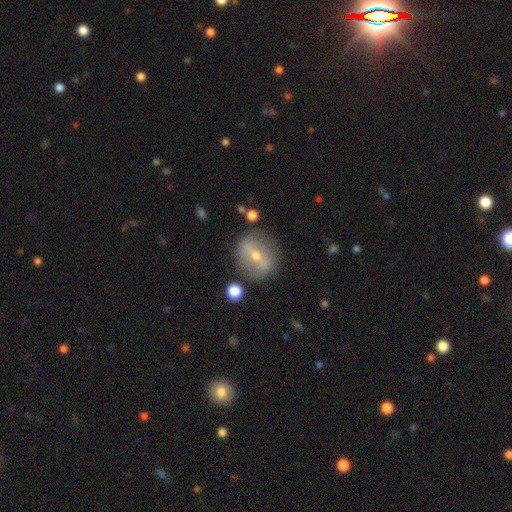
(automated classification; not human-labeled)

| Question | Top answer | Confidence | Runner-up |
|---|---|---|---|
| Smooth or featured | featured or disk | 55% | smooth (35%) |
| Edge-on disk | no | 90% | yes (10%) |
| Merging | none | 79% | minor disturbance (13%) |